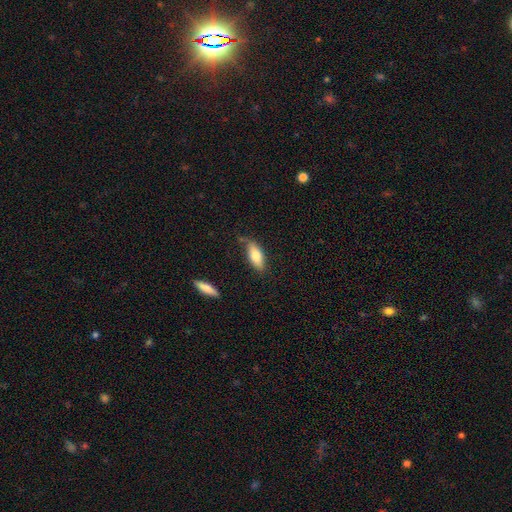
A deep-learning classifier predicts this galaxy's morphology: Overall: smooth (76%). How rounded: in between (80%). Merging: none (69%).